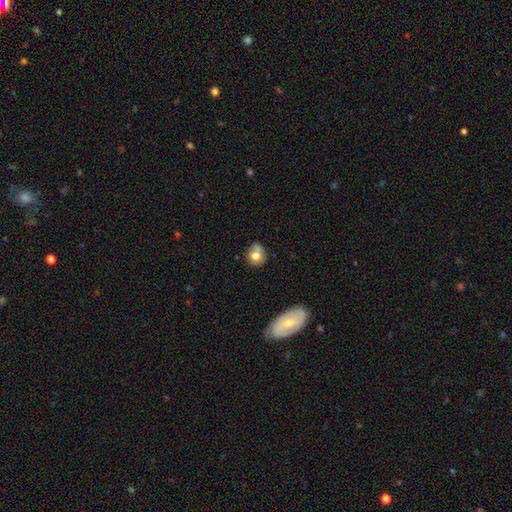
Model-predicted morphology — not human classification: smooth 74%, featured or disk 16%, star or artifact 9%. Down the decision tree: how rounded — round (67%); merging — none (53%).